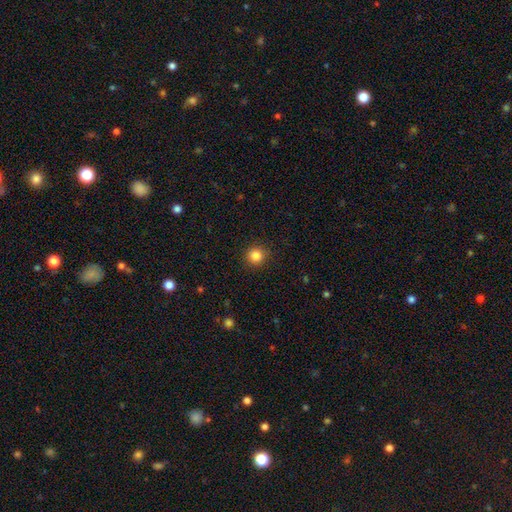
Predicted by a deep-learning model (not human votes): Smooth or featured?
  - smooth: 85% *
  - star or artifact: 11%
  - featured or disk: 4%
How rounded?
  - round: 94% *
  - in between: 5%
  - cigar-shaped: 1%
Merging?
  - none: 91% *
  - minor disturbance: 6%
  - major disturbance: 2%
  - merger: 1%